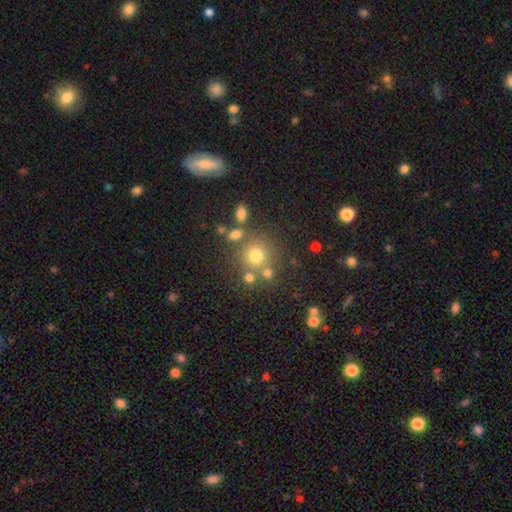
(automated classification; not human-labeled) Smooth or featured?
  - smooth: 71% *
  - star or artifact: 18%
  - featured or disk: 11%
How rounded?
  - round: 89% *
  - in between: 10%
  - cigar-shaped: 1%
Merging?
  - none: 68% *
  - merger: 16%
  - minor disturbance: 11%
  - major disturbance: 5%